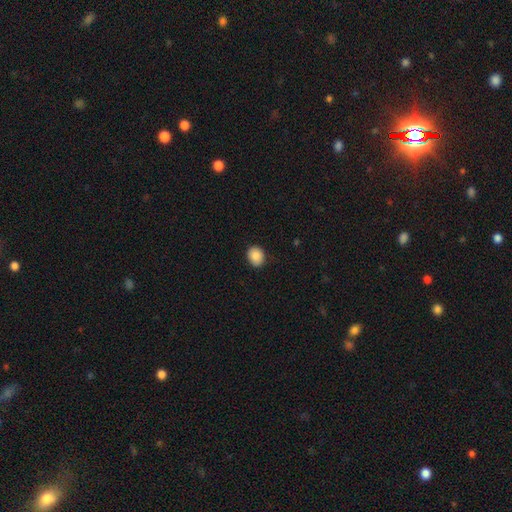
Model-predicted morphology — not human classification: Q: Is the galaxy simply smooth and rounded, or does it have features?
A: smooth — 88%.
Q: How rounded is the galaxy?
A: round — 54%.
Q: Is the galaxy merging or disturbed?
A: none — 86%.